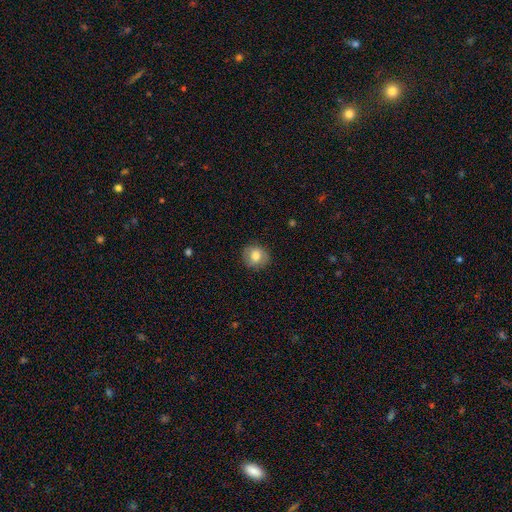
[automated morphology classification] Q: Smooth or featured?
A: smooth (75%); runner-up: featured or disk (16%)
Q: How rounded?
A: round (83%); runner-up: in between (16%)
Q: Merging?
A: none (86%); runner-up: minor disturbance (10%)